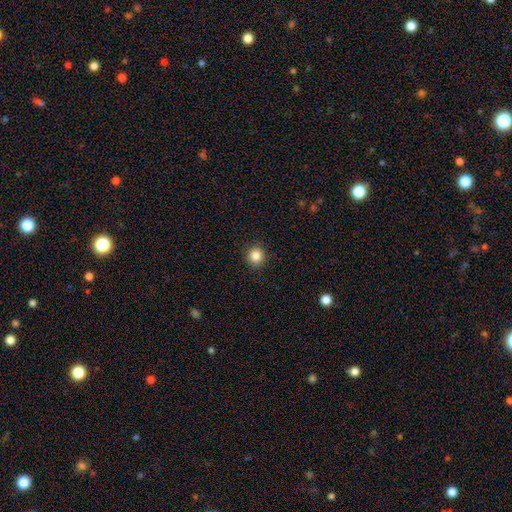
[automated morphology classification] smooth_or_featured: smooth (p=0.84) [alt: star or artifact p=0.11]
how_rounded: round (p=0.94) [alt: in between p=0.05]
merging: none (p=0.92) [alt: minor disturbance p=0.05]